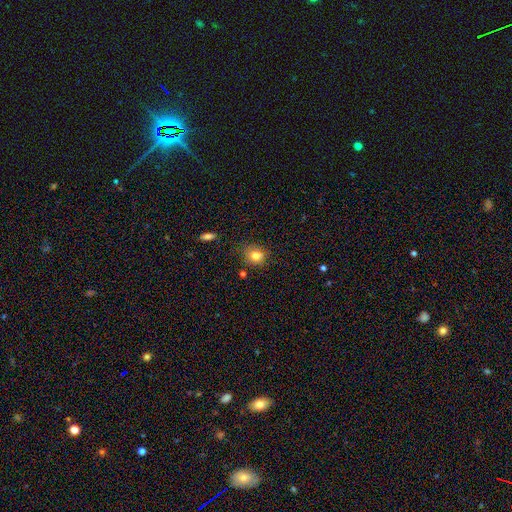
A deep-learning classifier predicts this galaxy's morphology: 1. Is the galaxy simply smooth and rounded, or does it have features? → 80% smooth, 12% star or artifact, 8% featured or disk.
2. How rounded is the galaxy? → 70% round, 29% in between, 1% cigar-shaped.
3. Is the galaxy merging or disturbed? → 75% none, 17% minor disturbance, 4% major disturbance, 4% merger.